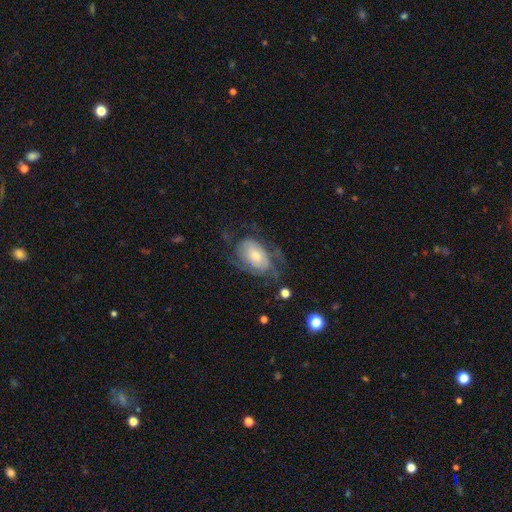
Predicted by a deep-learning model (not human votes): Overall: featured or disk (69%). Edge-on disk: no (96%). Bar: no (69%). Spiral arms: yes (83%). Spiral arm count: 2 (40%; can't tell 34%). Spiral winding: medium (40%; tight 38%). Bulge size: moderate (46%; small 35%). Merging: none (49%; major disturbance 28%).